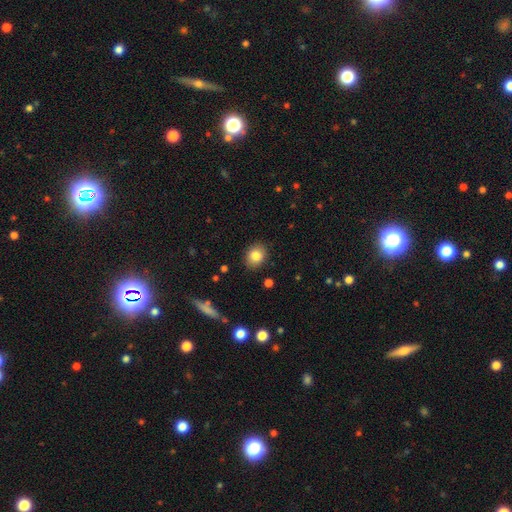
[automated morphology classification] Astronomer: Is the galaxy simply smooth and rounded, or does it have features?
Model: smooth — 83%.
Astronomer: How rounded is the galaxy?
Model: round — 55% (runner-up: in between, 44%).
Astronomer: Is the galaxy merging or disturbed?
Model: none — 88%.